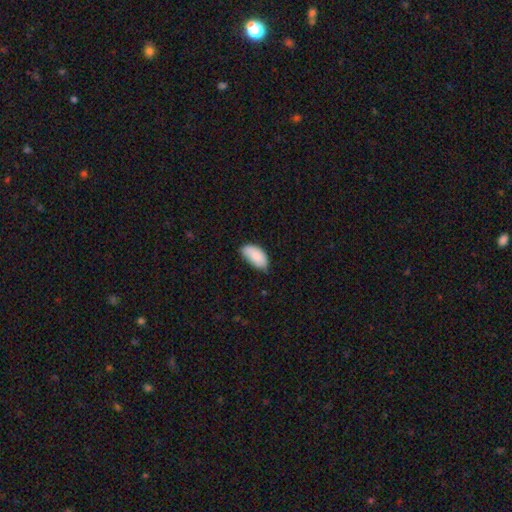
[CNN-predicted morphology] A smooth galaxy with no disk features (86%) that is in between round and cigar-shaped (95%). Merging: none (58%).